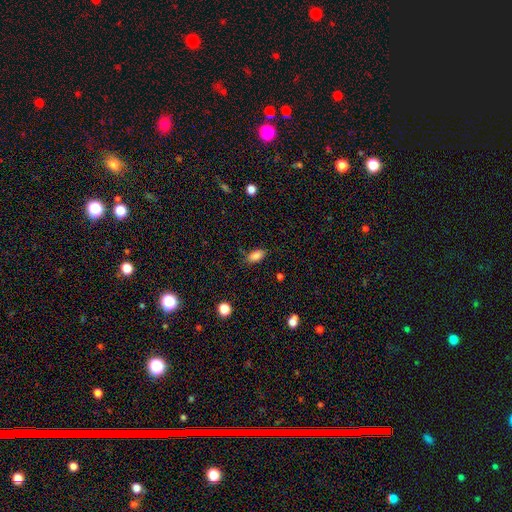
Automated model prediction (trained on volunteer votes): Overall: smooth (85%). How rounded: in between (90%). Merging: none (80%).